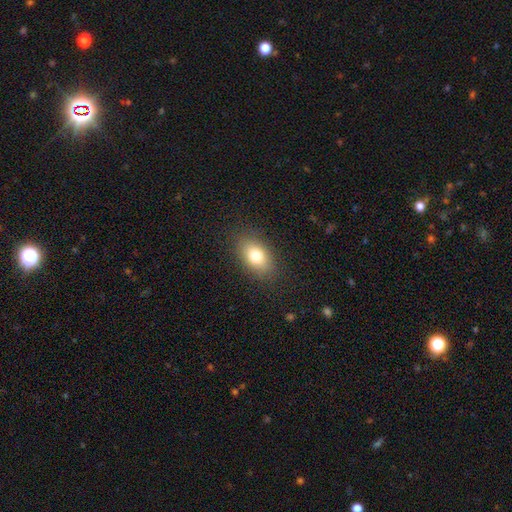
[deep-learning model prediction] This appears to be a smooth galaxy with no disk features (77%) that is in between round and cigar-shaped (85%). Merging: none (86%).